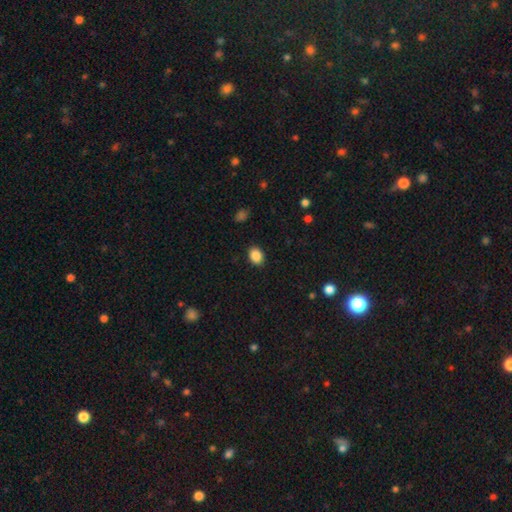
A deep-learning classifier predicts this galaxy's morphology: smooth_or_featured: smooth (p=0.88) [alt: star or artifact p=0.09]
how_rounded: in between (p=0.62) [alt: round p=0.37]
merging: none (p=0.89) [alt: minor disturbance p=0.08]